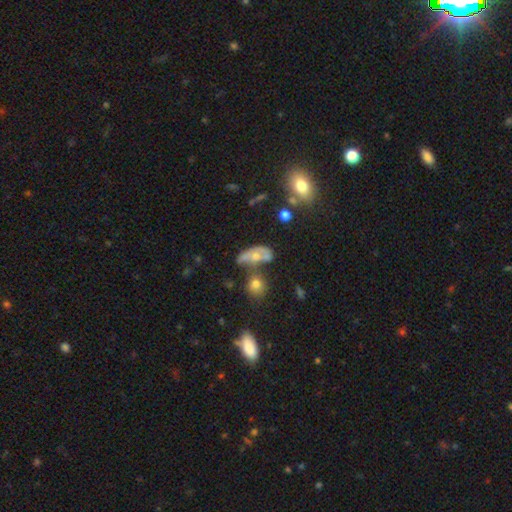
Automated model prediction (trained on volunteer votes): Smooth or featured? smooth (47%)
Merging? merger (35%)